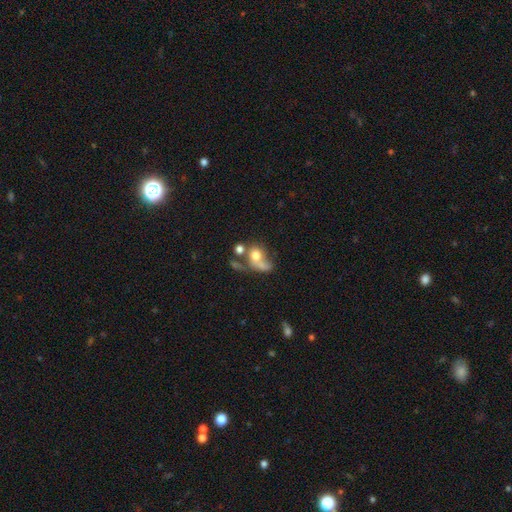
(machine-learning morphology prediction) Smooth or featured? smooth (62%)
How rounded? round (56%)
Merging? merger (46%)